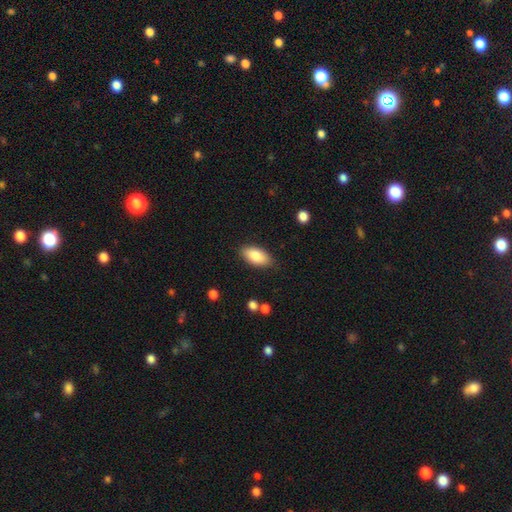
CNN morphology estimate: Smooth or featured? smooth (83%)
How rounded? in between (92%)
Merging? none (85%)